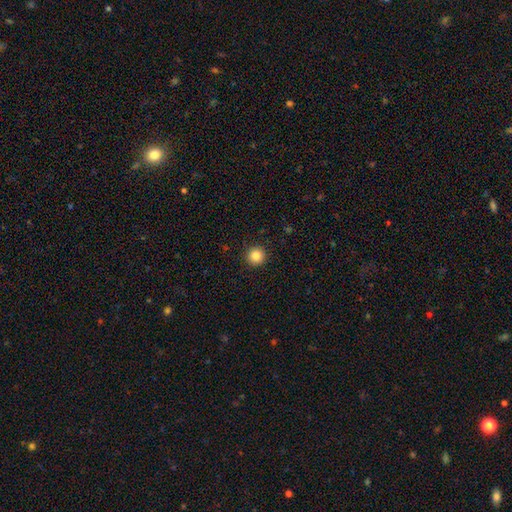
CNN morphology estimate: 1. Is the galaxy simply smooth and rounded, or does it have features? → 85% smooth, 11% star or artifact, 5% featured or disk.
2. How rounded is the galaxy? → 95% round, 4% in between, 1% cigar-shaped.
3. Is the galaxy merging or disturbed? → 93% none, 5% minor disturbance, 2% major disturbance, 1% merger.